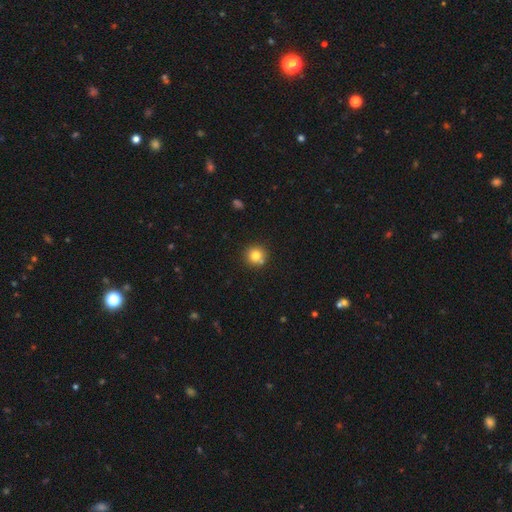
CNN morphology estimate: smooth_or_featured: smooth (p=0.79) [alt: star or artifact p=0.12]
how_rounded: round (p=0.93) [alt: in between p=0.06]
merging: none (p=0.78) [alt: merger p=0.10]